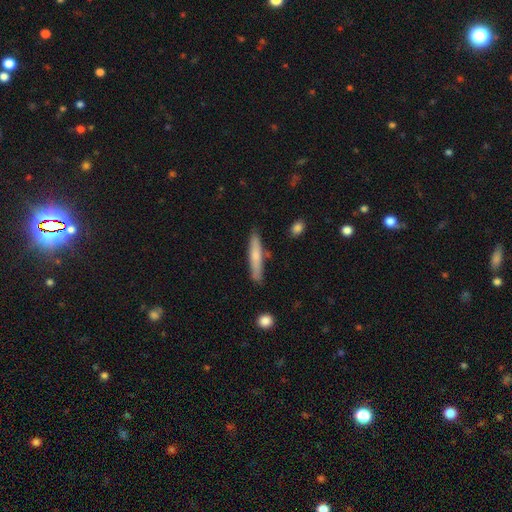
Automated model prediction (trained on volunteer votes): smooth 68%, featured or disk 26%, star or artifact 6%. Down the decision tree: how rounded — cigar-shaped (91%); merging — none (82%).